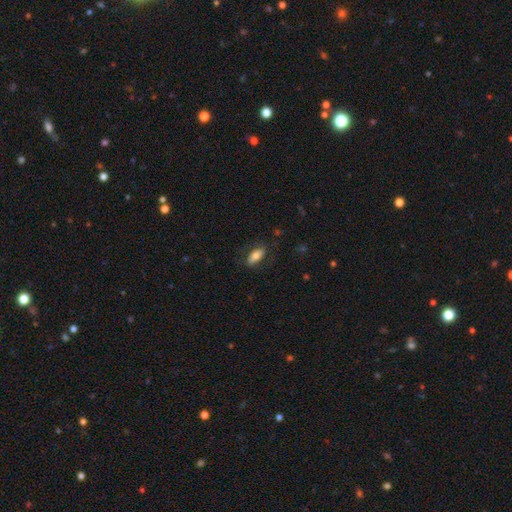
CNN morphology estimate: smooth_or_featured: smooth (p=0.71) [alt: featured or disk p=0.22]
how_rounded: in between (p=0.84) [alt: cigar-shaped p=0.13]
merging: none (p=0.76) [alt: minor disturbance p=0.16]